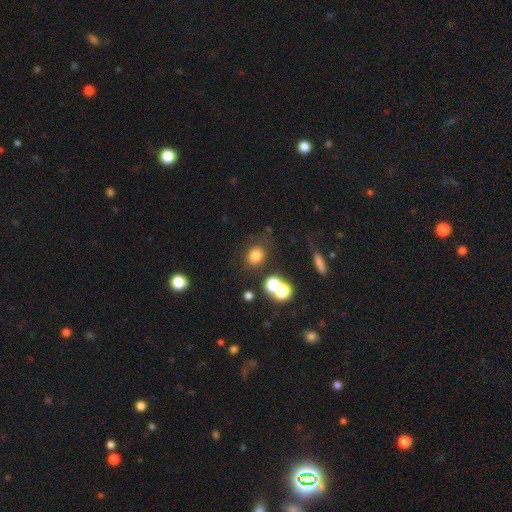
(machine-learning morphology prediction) Smooth or featured? Predicted: smooth (p=0.77). How rounded? Predicted: round (p=0.64). Merging? Predicted: none (p=0.75).